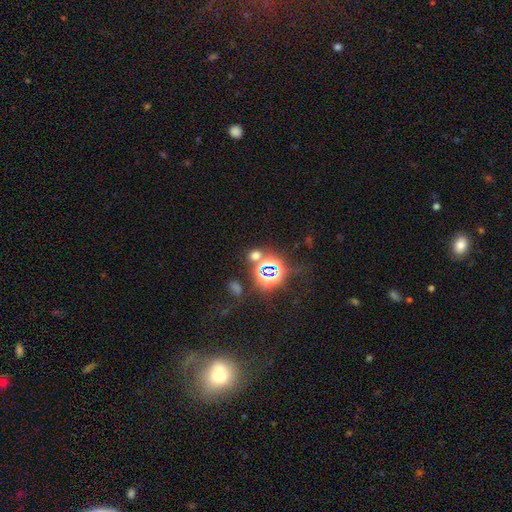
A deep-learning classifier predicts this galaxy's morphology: type=star or artifact (51%).